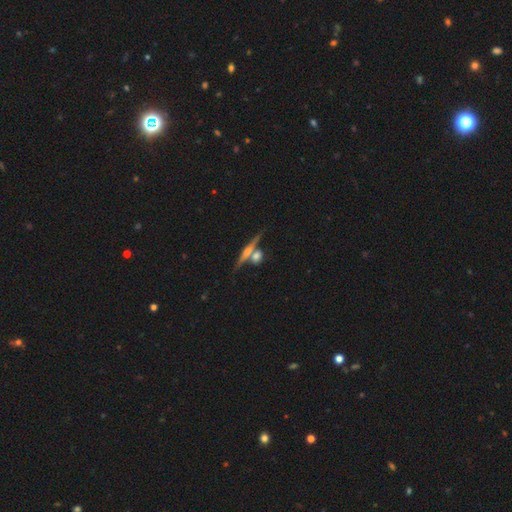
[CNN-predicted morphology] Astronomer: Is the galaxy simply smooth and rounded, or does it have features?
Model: featured or disk — 56% (runner-up: smooth, 34%).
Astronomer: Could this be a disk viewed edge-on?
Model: yes — 89%.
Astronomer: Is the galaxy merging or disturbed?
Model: none — 59%.